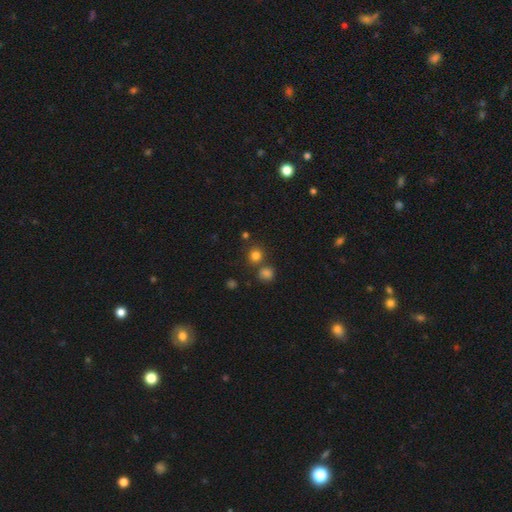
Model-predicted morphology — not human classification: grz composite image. It shows a smooth galaxy with no disk features (79%) that is round (88%). Merging: none (73%).